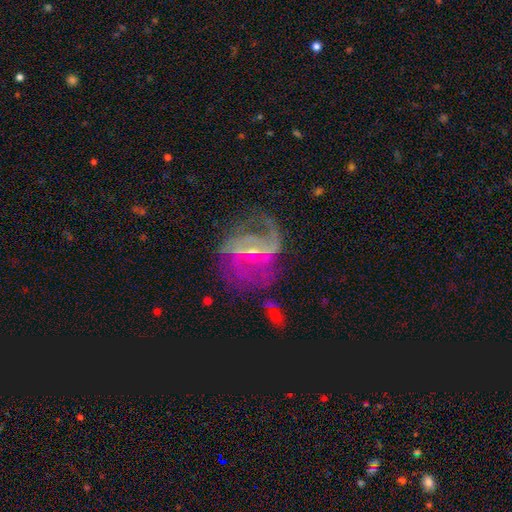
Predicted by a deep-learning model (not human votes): Smooth or featured? featured or disk (79%)
Edge-on disk? no (97%)
Bar? weak (45%)
Spiral arms? yes (89%)
Spiral winding? medium (40%, tied with loose)
Spiral arm count? 2 (45%)
Bulge size? small (71%)
Merging? none (49%)